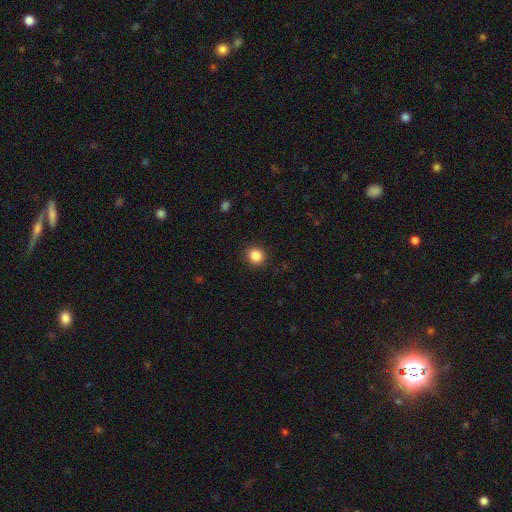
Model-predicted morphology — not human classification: A smooth galaxy with no disk features (86%) that is round (89%). Merging: none (91%).